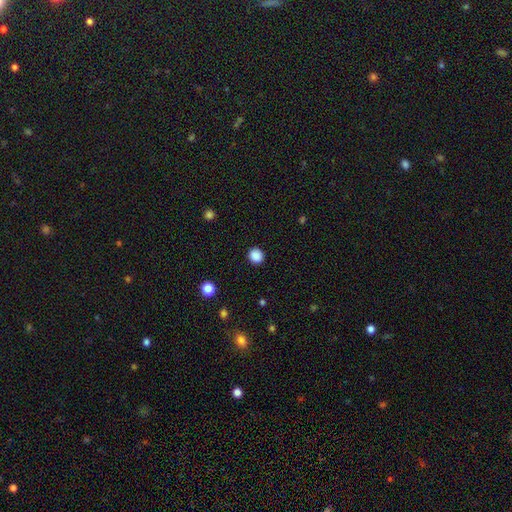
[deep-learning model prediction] Smooth or featured? Predicted: smooth (p=0.87). How rounded? Predicted: round (p=0.83). Merging? Predicted: none (p=0.91).